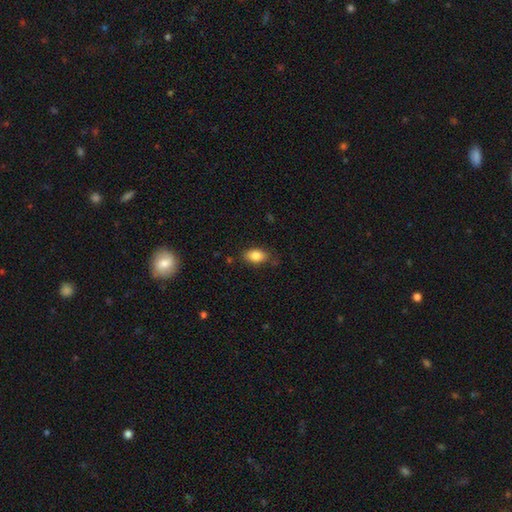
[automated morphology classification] Smooth or featured?
  - smooth: 84% *
  - star or artifact: 8%
  - featured or disk: 8%
How rounded?
  - in between: 90% *
  - round: 7%
  - cigar-shaped: 3%
Merging?
  - none: 78% *
  - minor disturbance: 16%
  - major disturbance: 4%
  - merger: 2%